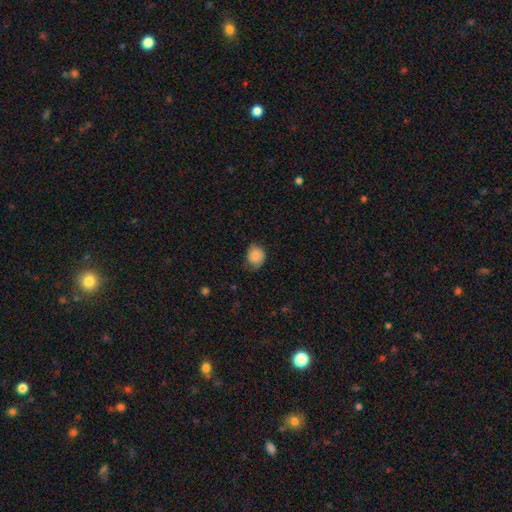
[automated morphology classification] smooth 80%, featured or disk 12%, star or artifact 8%. Down the decision tree: how rounded — round (62%); merging — none (58%).